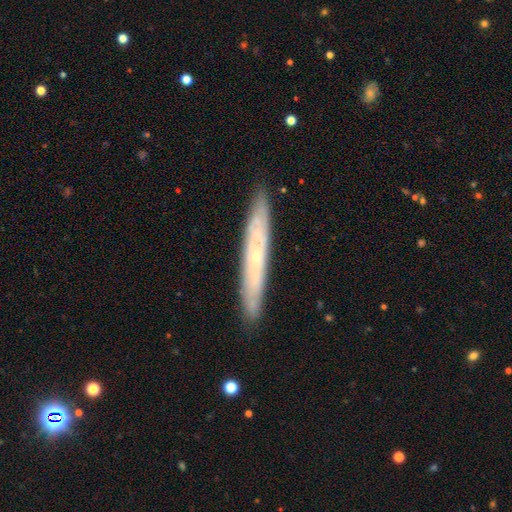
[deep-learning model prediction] Smooth or featured: featured or disk — 64% (smooth — 29%)
Edge-on disk: yes — 75% (no — 25%)
Merging: none — 88% (minor disturbance — 9%)